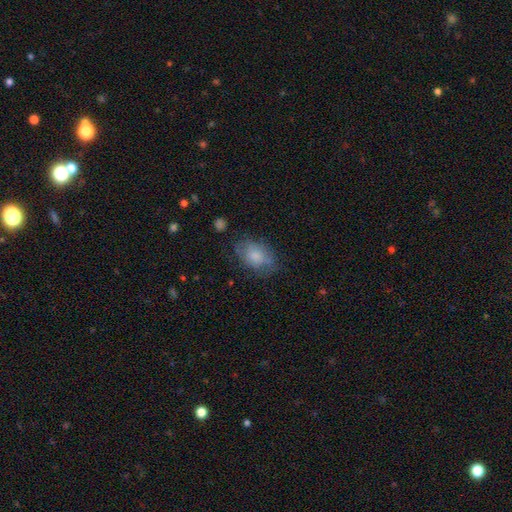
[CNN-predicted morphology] smooth 71%, featured or disk 21%, star or artifact 8%. Down the decision tree: how rounded — in between (81%); merging — none (61%).